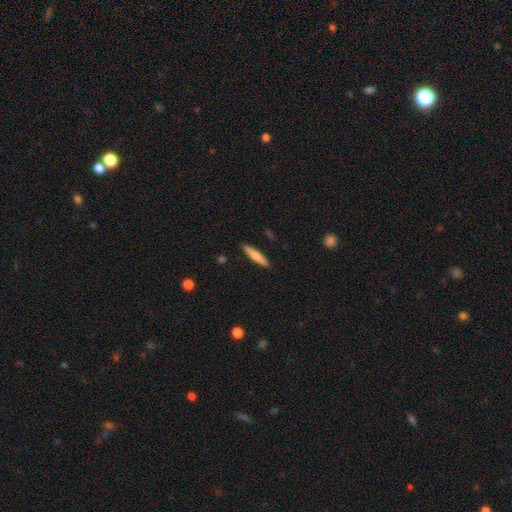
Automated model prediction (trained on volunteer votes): Morphology: type=smooth (68%); roundness=cigar-shaped (89%); merging=none (90%).